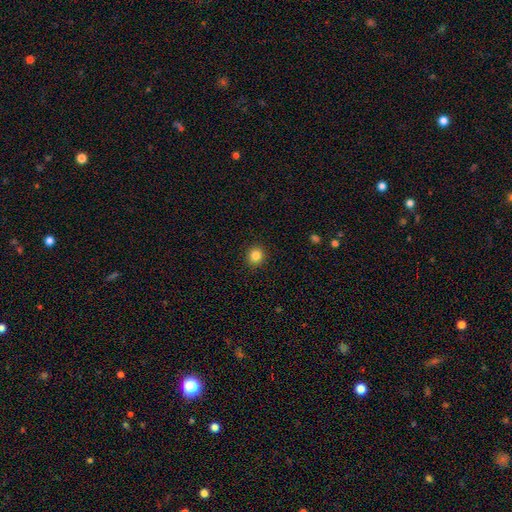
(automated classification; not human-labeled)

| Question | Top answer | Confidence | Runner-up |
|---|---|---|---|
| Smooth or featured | smooth | 84% | star or artifact (11%) |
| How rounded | round | 88% | in between (11%) |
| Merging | none | 92% | minor disturbance (5%) |